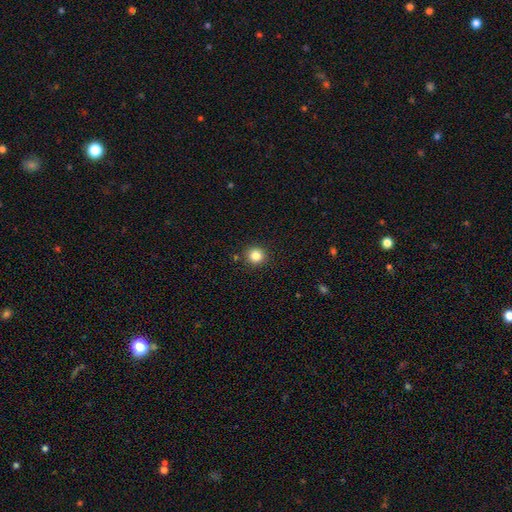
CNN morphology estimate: This appears to be a smooth galaxy with no disk features (83%) that is round (94%). Merging: none (90%).